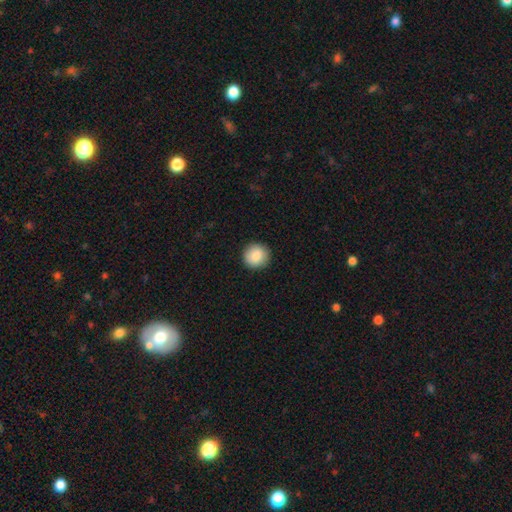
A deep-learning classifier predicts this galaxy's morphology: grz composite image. It shows a smooth galaxy with no disk features (89%) that is round (94%). Merging: none (91%).